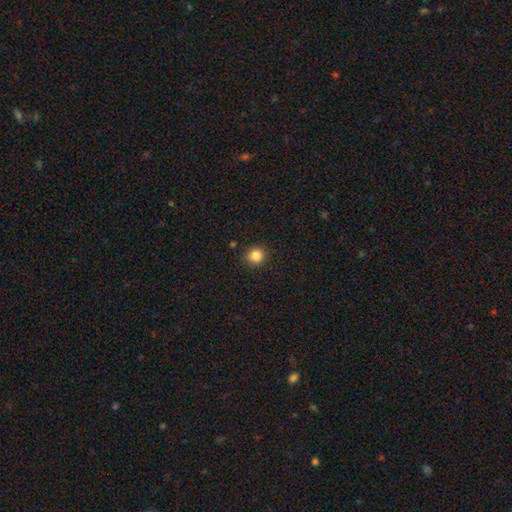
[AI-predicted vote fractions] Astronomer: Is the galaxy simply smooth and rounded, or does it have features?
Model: smooth — 84%.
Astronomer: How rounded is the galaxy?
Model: round — 90%.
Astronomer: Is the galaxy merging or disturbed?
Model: none — 90%.